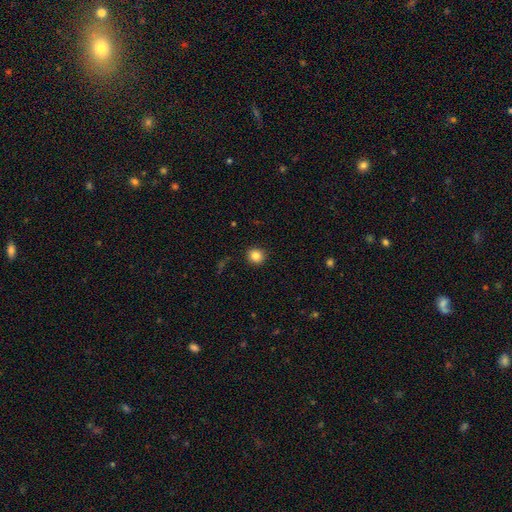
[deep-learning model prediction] Smooth or featured?
  - smooth: 84% *
  - star or artifact: 11%
  - featured or disk: 6%
How rounded?
  - round: 88% *
  - in between: 11%
  - cigar-shaped: 1%
Merging?
  - none: 91% *
  - minor disturbance: 6%
  - major disturbance: 2%
  - merger: 1%